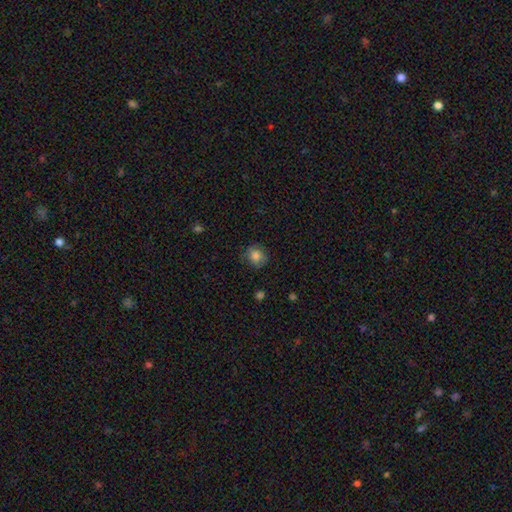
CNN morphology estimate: Q: Smooth or featured?
A: smooth (81%); runner-up: star or artifact (10%)
Q: How rounded?
A: round (77%); runner-up: in between (22%)
Q: Merging?
A: none (78%); runner-up: minor disturbance (17%)